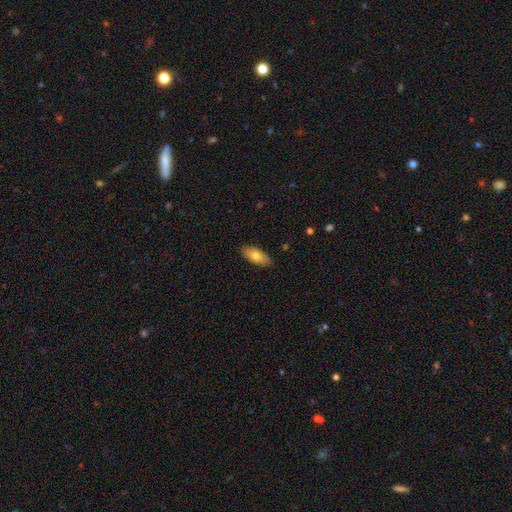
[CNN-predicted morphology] This is likely a smooth galaxy (74%). How rounded: clearly in between (86%). Merging: clearly none (88%).